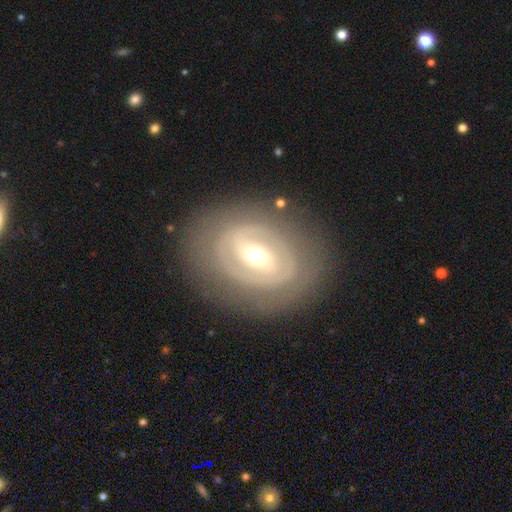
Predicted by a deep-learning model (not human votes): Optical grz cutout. It shows a featured or disk galaxy (78%) with a weak bar (37%), spiral arms (64%) and a moderate central bulge (53%). Merging: none (79%).